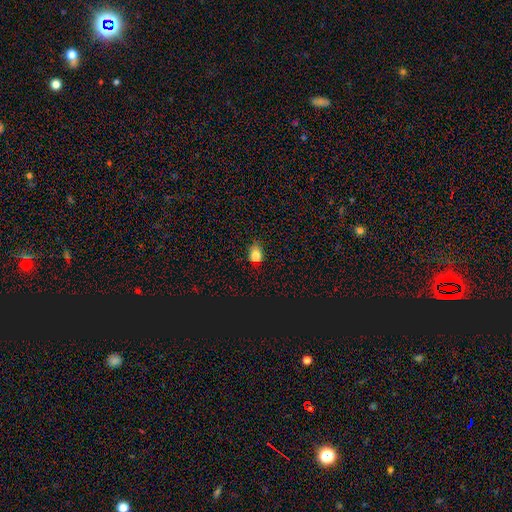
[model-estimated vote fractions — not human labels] Smooth or featured?
  - smooth: 80% *
  - star or artifact: 15%
  - featured or disk: 5%
How rounded?
  - in between: 61% *
  - round: 37%
  - cigar-shaped: 1%
Merging?
  - none: 68% *
  - minor disturbance: 25%
  - major disturbance: 5%
  - merger: 2%